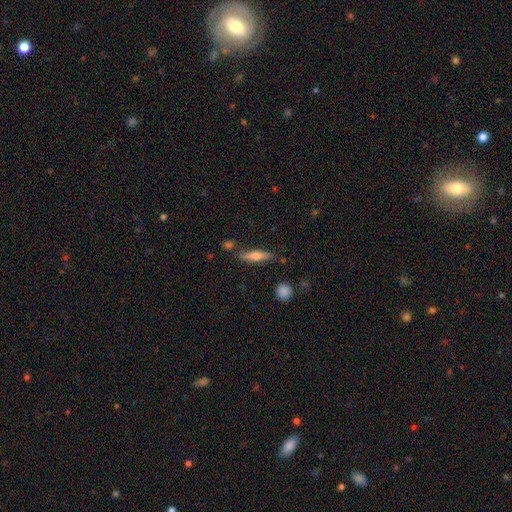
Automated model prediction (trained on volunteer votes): A smooth galaxy with no disk features (58%) that is cigar-shaped (75%). Merging: none (79%).